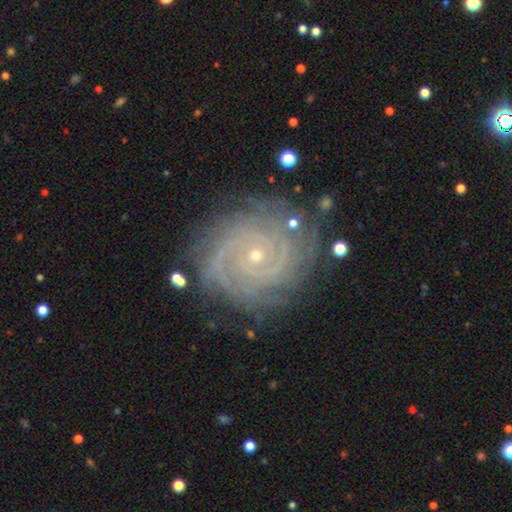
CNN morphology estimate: featured or disk 90%, star or artifact 6%, smooth 4%. Down the decision tree: edge-on disk — no (98%); bar — no (77%); spiral arms — yes (98%); spiral arm count — 2 (24%); spiral winding — tight (83%); bulge size — small (79%); merging — none (79%).